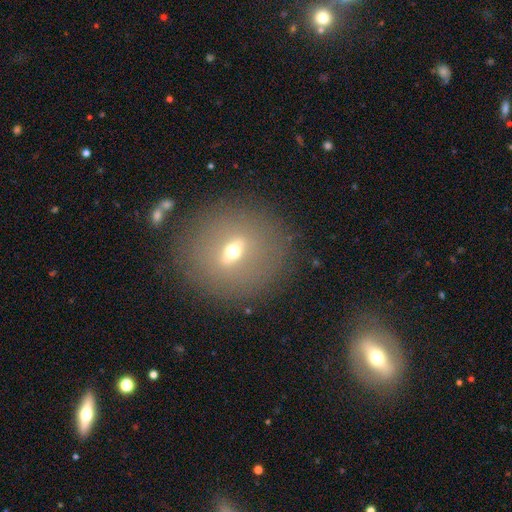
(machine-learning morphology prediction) A smooth galaxy with no disk features (44%).

Vote fractions:
- Smooth or featured? smooth: 44% / featured or disk: 40% / star or artifact: 15%
- Merging? none: 84% / minor disturbance: 9% / major disturbance: 4% / merger: 3%